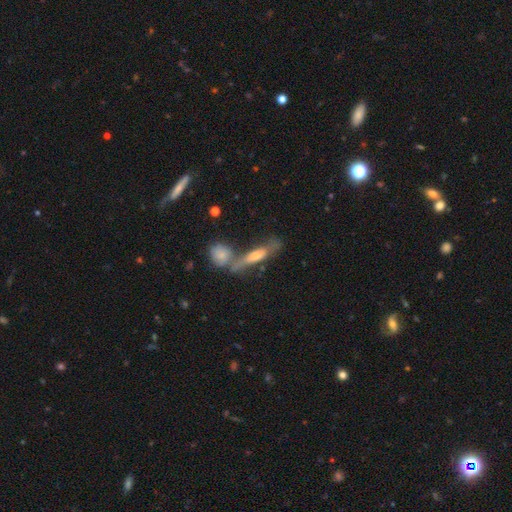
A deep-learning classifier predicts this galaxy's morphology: Overall: featured or disk (52%; smooth 37%). Edge-on disk: yes (71%). Merging: none (45%; merger 32%).